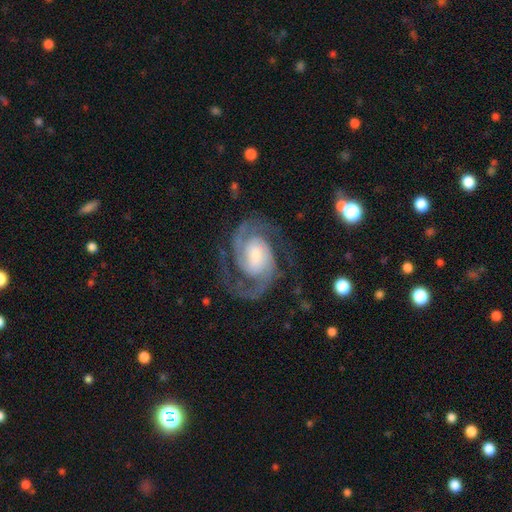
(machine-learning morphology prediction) Overall: featured or disk (93%). Edge-on disk: no (98%). Bar: no (46%; weak 37%). Spiral arms: yes (99%). Spiral arm count: 2 (91%). Spiral winding: medium (50%; tight 41%). Bulge size: small (42%; moderate 34%). Merging: none (77%).